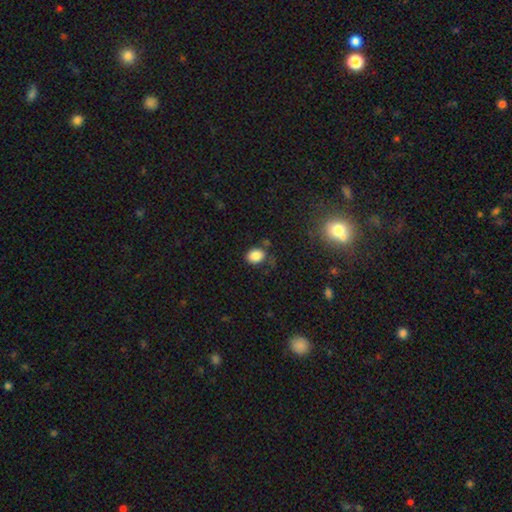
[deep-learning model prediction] Smooth or featured? Predicted: smooth (p=0.85). How rounded? Predicted: in between (p=0.53). Merging? Predicted: none (p=0.73).